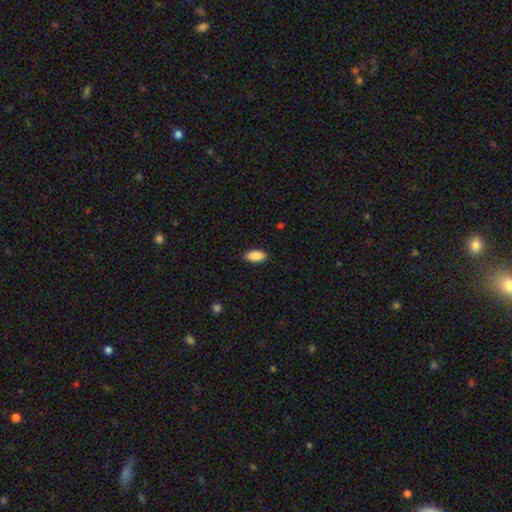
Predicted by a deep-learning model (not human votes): smooth_or_featured: smooth (p=0.90) [alt: star or artifact p=0.07]
how_rounded: in between (p=0.90) [alt: cigar-shaped p=0.08]
merging: none (p=0.88) [alt: minor disturbance p=0.09]